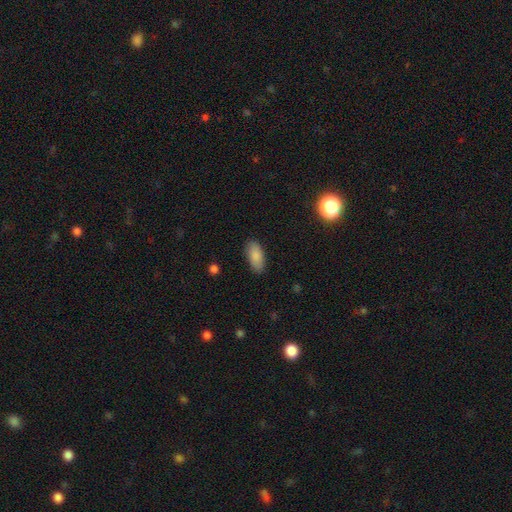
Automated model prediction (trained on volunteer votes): A smooth galaxy with no disk features (87%) that is in between round and cigar-shaped (89%).

Vote fractions:
- Smooth or featured? smooth: 87% / star or artifact: 7% / featured or disk: 7%
- How rounded? in between: 89% / cigar-shaped: 9% / round: 2%
- Merging? none: 87% / minor disturbance: 10% / major disturbance: 2% / merger: 1%